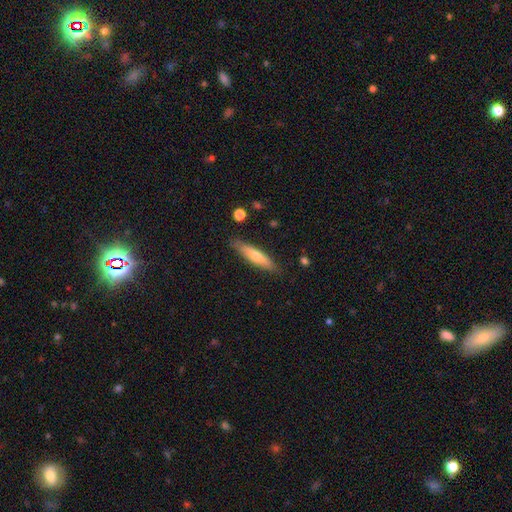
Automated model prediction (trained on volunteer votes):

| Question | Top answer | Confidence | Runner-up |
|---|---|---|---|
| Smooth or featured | smooth | 59% | featured or disk (35%) |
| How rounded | cigar-shaped | 80% | in between (18%) |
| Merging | none | 86% | minor disturbance (10%) |